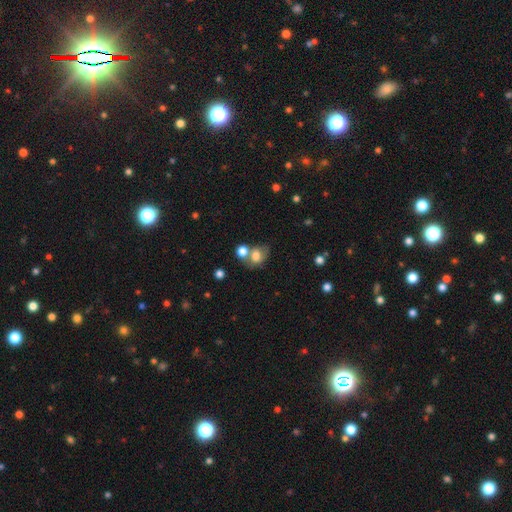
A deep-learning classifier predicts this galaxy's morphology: Q: Smooth or featured?
A: smooth (71%); runner-up: featured or disk (17%)
Q: How rounded?
A: in between (55%); runner-up: round (43%)
Q: Merging?
A: merger (39%); runner-up: none (36%)